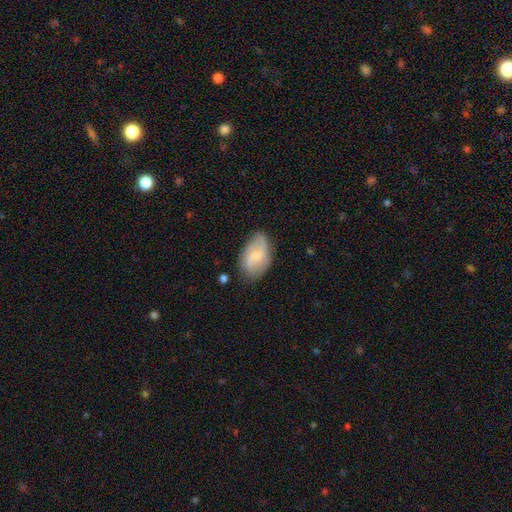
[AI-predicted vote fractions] smooth_or_featured: featured or disk (p=0.57) [alt: smooth p=0.36]
disk_edge_on: no (p=0.96) [alt: yes p=0.04]
bar: weak (p=0.50) [alt: no p=0.39]
has_spiral_arms: yes (p=0.88) [alt: no p=0.12]
bulge_size: small (p=0.53) [alt: moderate p=0.36]
merging: none (p=0.74) [alt: minor disturbance p=0.19]